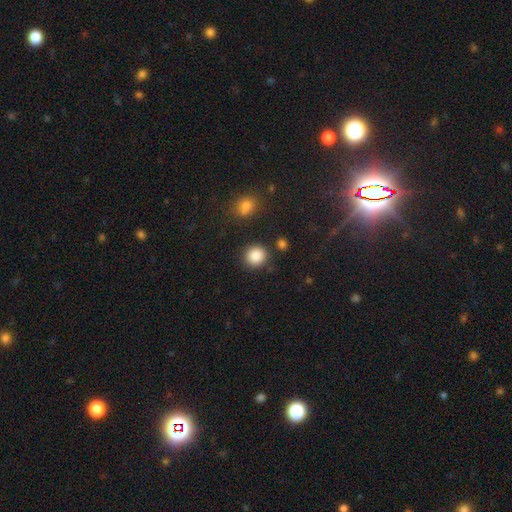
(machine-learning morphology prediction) Smooth or featured? smooth (87%)
How rounded? round (87%)
Merging? none (85%)